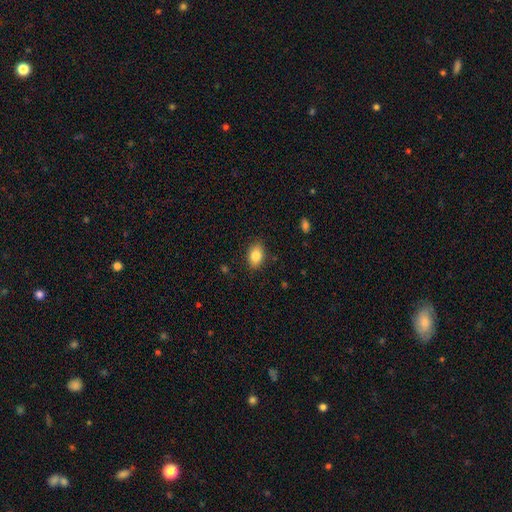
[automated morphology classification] Smooth or featured? Predicted: smooth (p=0.84). How rounded? Predicted: in between (p=0.79). Merging? Predicted: none (p=0.85).